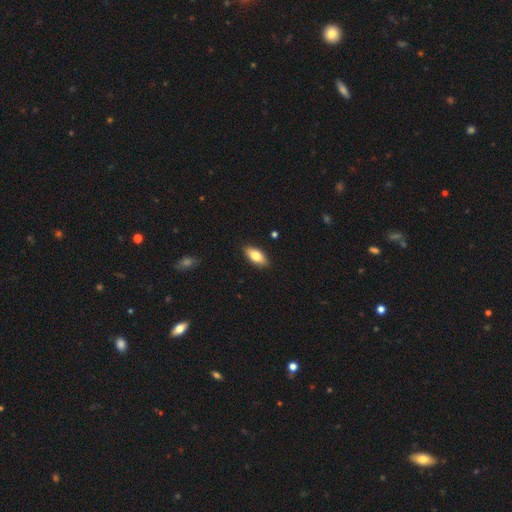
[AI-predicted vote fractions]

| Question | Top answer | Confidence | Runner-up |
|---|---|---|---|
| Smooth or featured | smooth | 79% | featured or disk (14%) |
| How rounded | in between | 89% | cigar-shaped (9%) |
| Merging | none | 88% | minor disturbance (9%) |